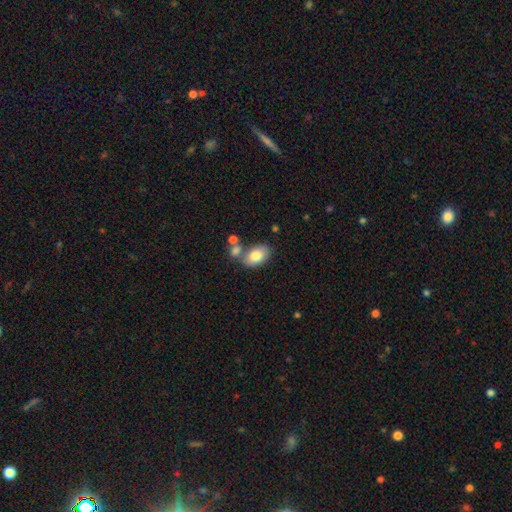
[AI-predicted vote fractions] smooth 80%, featured or disk 13%, star or artifact 7%. Down the decision tree: how rounded — in between (88%); merging — none (58%).